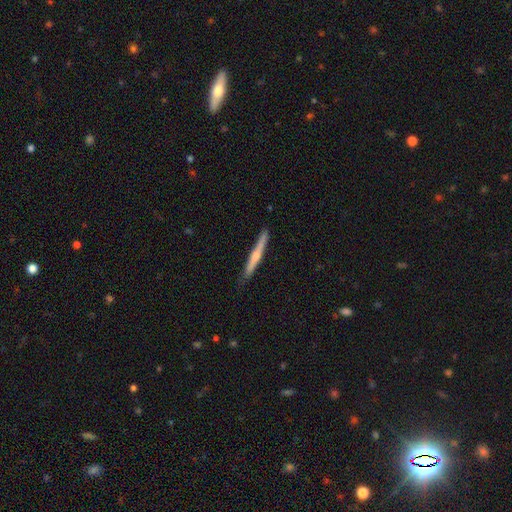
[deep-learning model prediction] Morphology: type=featured or disk (54%); edge-on=yes (97%); edge-on bulge=rounded (66%); merging=none (86%).